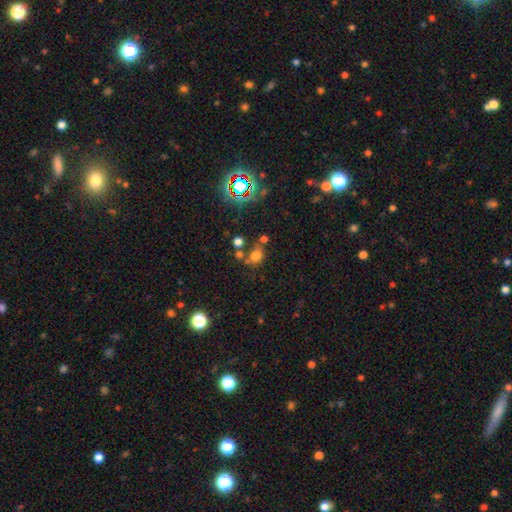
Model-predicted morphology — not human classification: The model was most divided on "how rounded": round: 59%, in between: 40%, cigar-shaped: 1%. More confident: smooth or featured — smooth (67%); merging — none (55%).